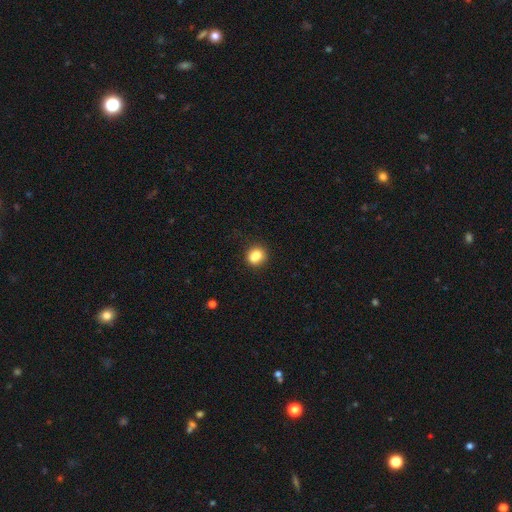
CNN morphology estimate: Smooth or featured?
  - smooth: 80% *
  - star or artifact: 10%
  - featured or disk: 10%
How rounded?
  - round: 72% *
  - in between: 27%
  - cigar-shaped: 1%
Merging?
  - none: 66% *
  - minor disturbance: 16%
  - merger: 14%
  - major disturbance: 4%